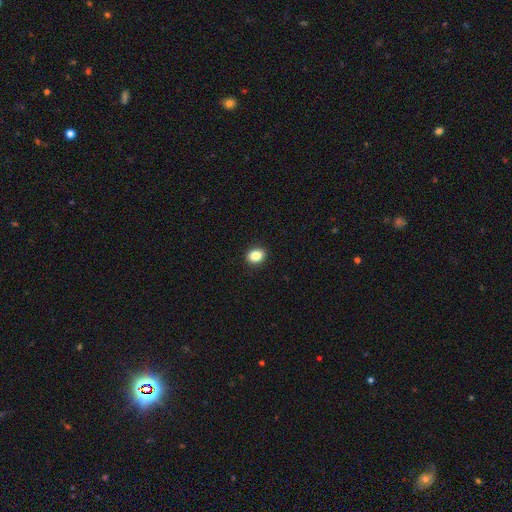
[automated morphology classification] smooth-or-featured: smooth: 86% | star or artifact: 10% | featured or disk: 5%
  how-rounded: in between: 51% | round: 48% | cigar-shaped: 1%
  merging: none: 92% | minor disturbance: 6% | major disturbance: 2% | merger: 1%